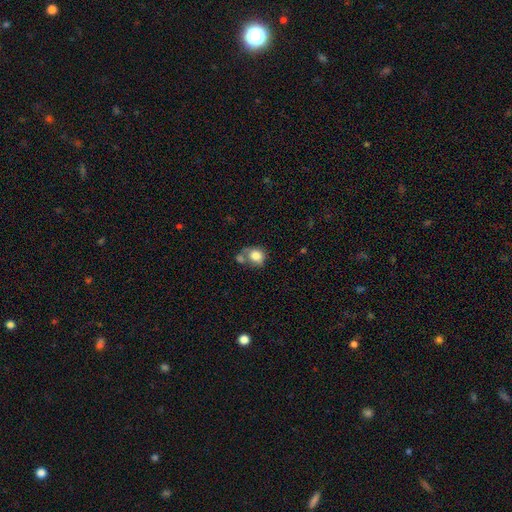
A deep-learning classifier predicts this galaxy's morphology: This is likely a smooth galaxy (78%). How rounded: likely round (63%). Merging: marginally none (40%).